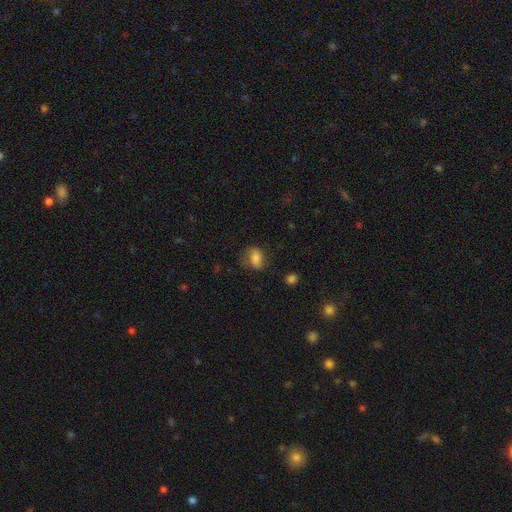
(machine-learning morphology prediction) Overall: smooth (76%). How rounded: in between (73%). Merging: none (62%; minor disturbance 24%).